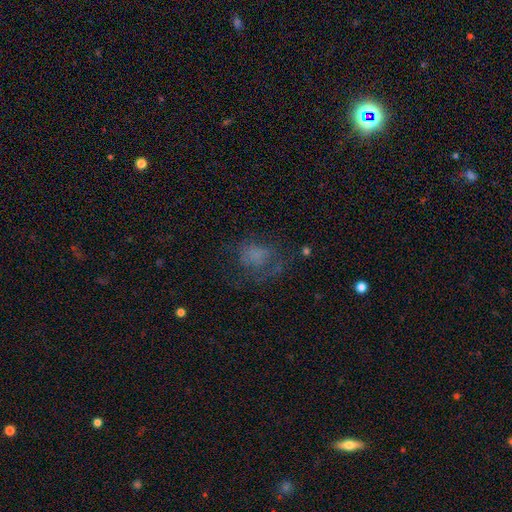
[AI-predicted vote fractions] Overall: smooth (49%; featured or disk 32%). Merging: none (44%; major disturbance 33%).